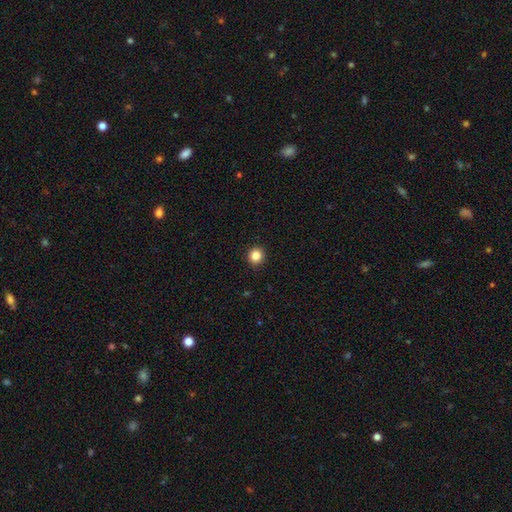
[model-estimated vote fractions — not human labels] Smooth or featured? Predicted: smooth (p=0.85). How rounded? Predicted: round (p=0.93). Merging? Predicted: none (p=0.93).